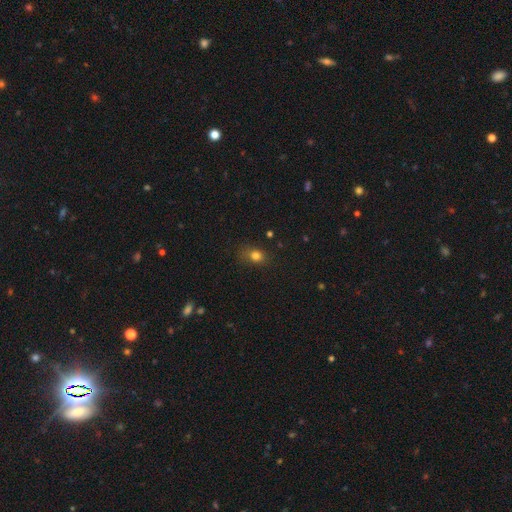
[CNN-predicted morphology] This appears to be a smooth galaxy with no disk features (78%) that is round (51%). Merging: none (67%).